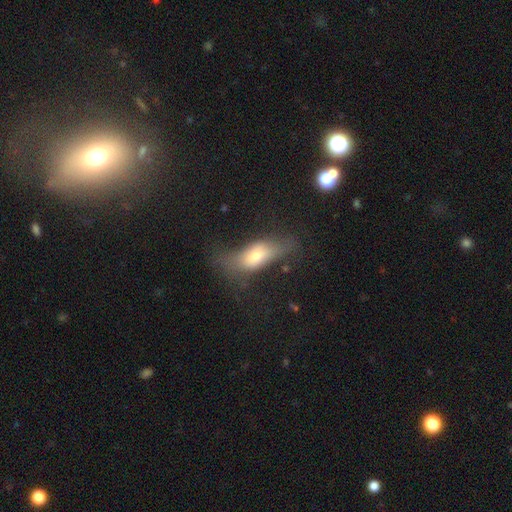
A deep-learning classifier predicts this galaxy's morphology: Smooth or featured: smooth — 61% (featured or disk — 29%)
How rounded: in between — 76% (cigar-shaped — 18%)
Merging: none — 39% (major disturbance — 29%)